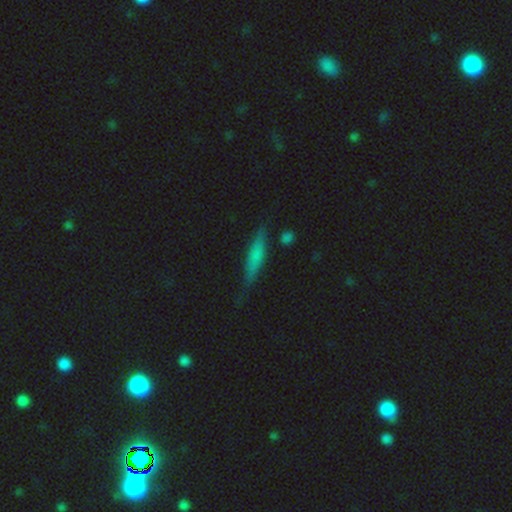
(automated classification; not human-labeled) Smooth or featured? smooth (56%)
How rounded? cigar-shaped (82%)
Merging? none (78%)